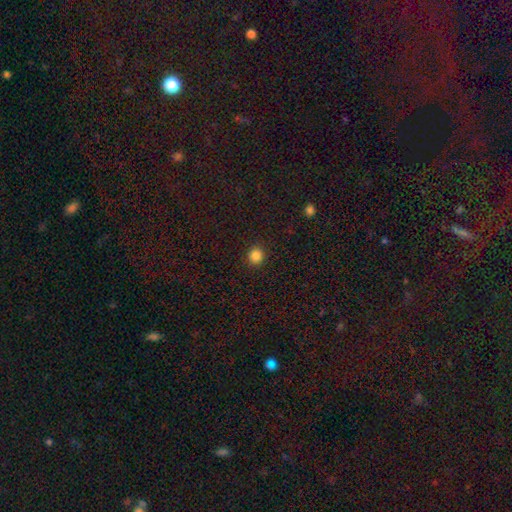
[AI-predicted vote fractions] Smooth or featured: smooth — 85% (star or artifact — 12%)
How rounded: round — 86% (in between — 13%)
Merging: none — 92% (minor disturbance — 5%)